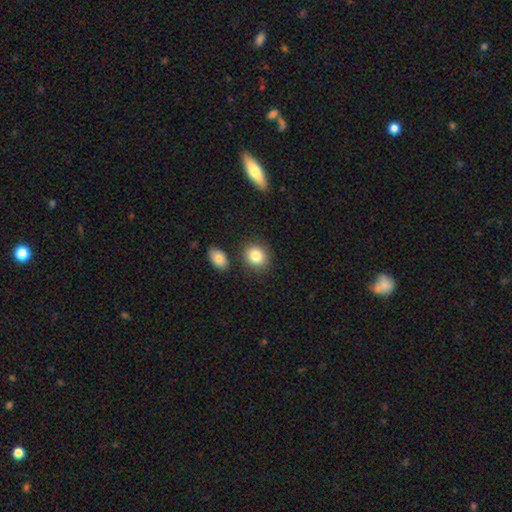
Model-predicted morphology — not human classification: A smooth galaxy with no disk features (85%) that is round (59%).

Vote fractions:
- Smooth or featured? smooth: 85% / star or artifact: 8% / featured or disk: 7%
- How rounded? round: 59% / in between: 40% / cigar-shaped: 1%
- Merging? none: 80% / minor disturbance: 10% / merger: 7% / major disturbance: 3%